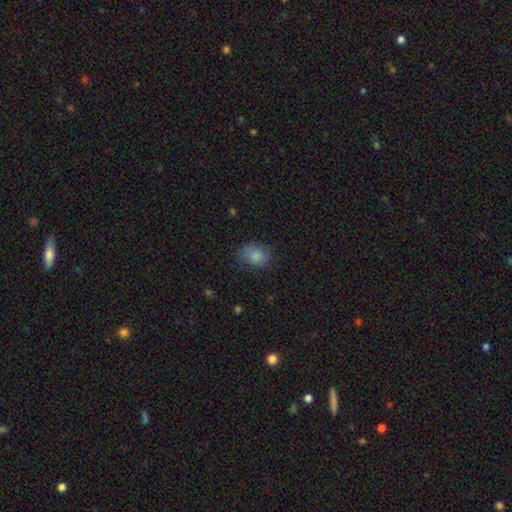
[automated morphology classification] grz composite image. It shows a smooth galaxy with no disk features (83%) that is in between round and cigar-shaped (65%). Merging: none (73%).